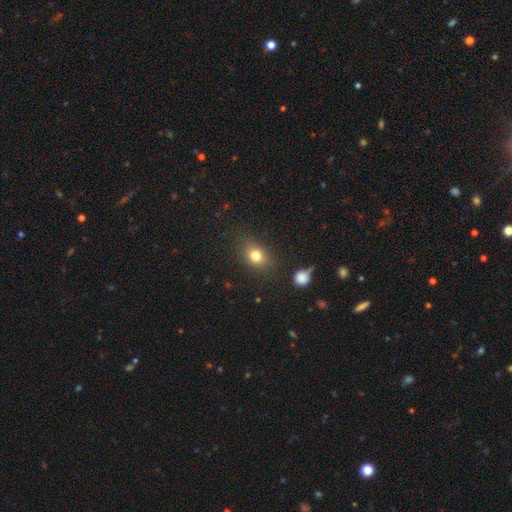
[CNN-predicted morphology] Smooth or featured? Predicted: smooth (p=0.77). How rounded? Predicted: round (p=0.51). Merging? Predicted: none (p=0.78).